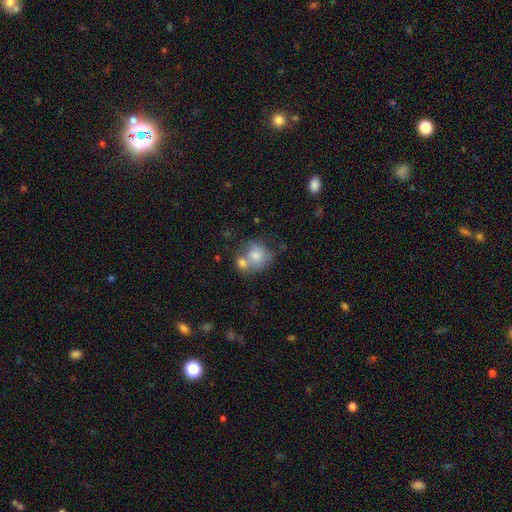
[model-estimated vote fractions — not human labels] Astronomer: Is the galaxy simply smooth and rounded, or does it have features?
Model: smooth — 73%.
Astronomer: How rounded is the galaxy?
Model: round — 67%.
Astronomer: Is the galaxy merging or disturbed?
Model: merger — 51% (runner-up: none, 29%).